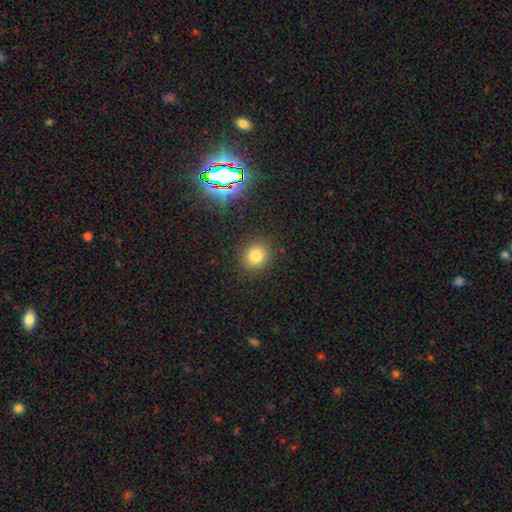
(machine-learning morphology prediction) type=smooth (78%); roundness=round (85%); merging=none (89%).